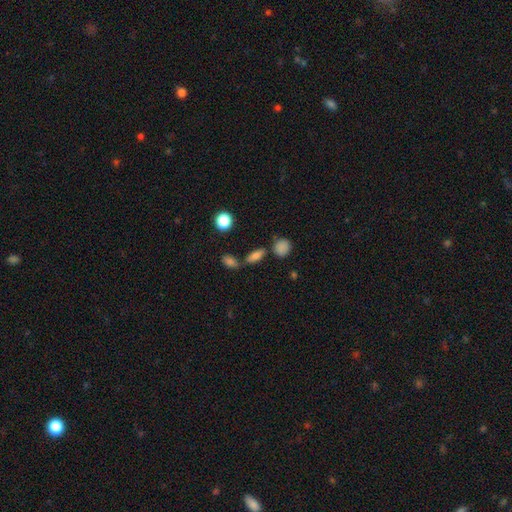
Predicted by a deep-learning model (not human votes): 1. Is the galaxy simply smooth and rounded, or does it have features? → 75% smooth, 13% star or artifact, 12% featured or disk.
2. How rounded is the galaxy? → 64% in between, 25% cigar-shaped, 11% round.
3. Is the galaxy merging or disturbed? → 63% none, 19% merger, 13% minor disturbance, 5% major disturbance.